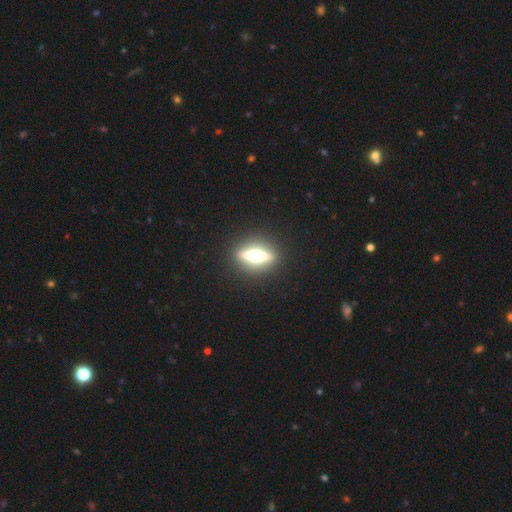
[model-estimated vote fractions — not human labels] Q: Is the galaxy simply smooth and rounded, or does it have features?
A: featured or disk — 76%.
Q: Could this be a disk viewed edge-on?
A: yes — 93%.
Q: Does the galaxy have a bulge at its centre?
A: rounded — 95%.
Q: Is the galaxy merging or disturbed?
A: none — 89%.